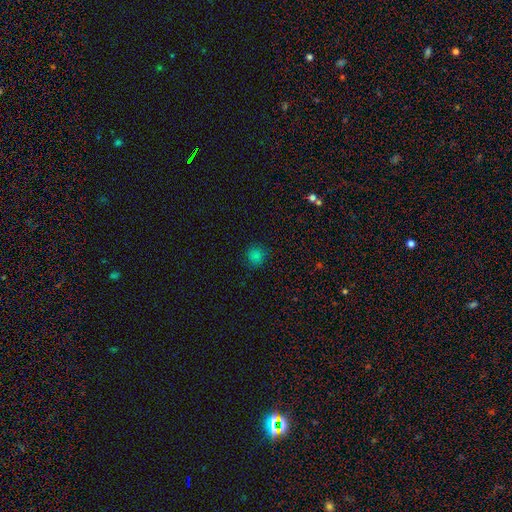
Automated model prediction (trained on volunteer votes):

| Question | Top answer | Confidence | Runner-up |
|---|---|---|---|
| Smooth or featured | smooth | 77% | star or artifact (19%) |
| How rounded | round | 89% | in between (10%) |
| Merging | none | 86% | minor disturbance (10%) |